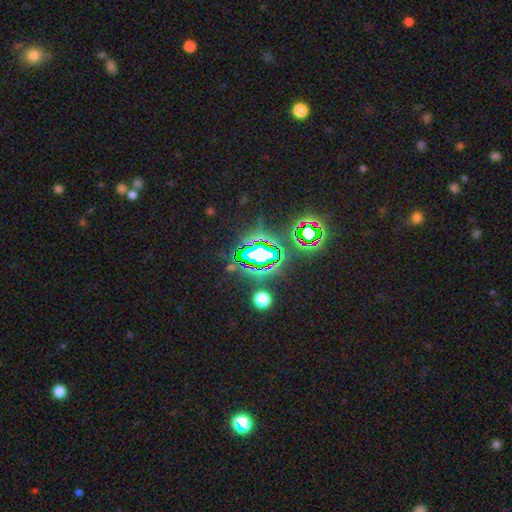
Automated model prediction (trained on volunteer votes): smooth-or-featured: star or artifact: 73% | smooth: 14% | featured or disk: 12%